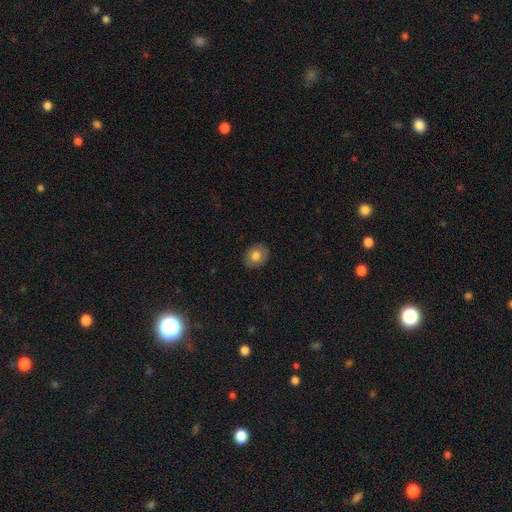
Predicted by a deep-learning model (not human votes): Smooth or featured? Predicted: smooth (p=0.79). How rounded? Predicted: round (p=0.51). Merging? Predicted: none (p=0.89).